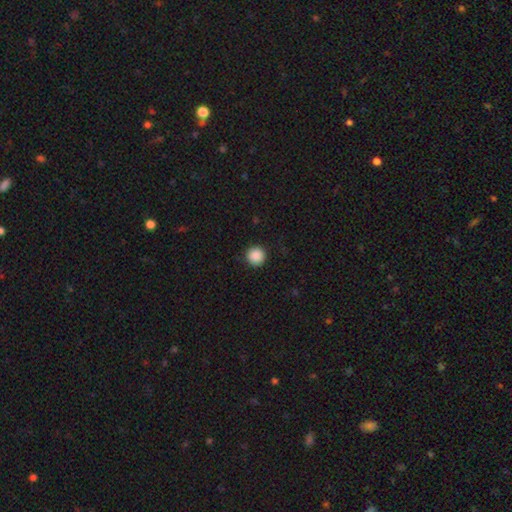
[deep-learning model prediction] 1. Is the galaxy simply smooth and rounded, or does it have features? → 88% smooth, 9% star or artifact, 2% featured or disk.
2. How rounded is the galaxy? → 96% round, 3% in between, 1% cigar-shaped.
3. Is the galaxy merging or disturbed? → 92% none, 5% minor disturbance, 2% major disturbance, 1% merger.